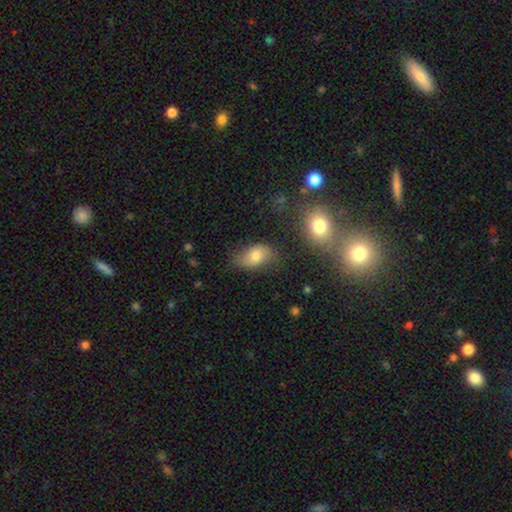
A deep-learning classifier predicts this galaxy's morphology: Smooth or featured? Predicted: smooth (p=0.75). How rounded? Predicted: in between (p=0.88). Merging? Predicted: none (p=0.66).